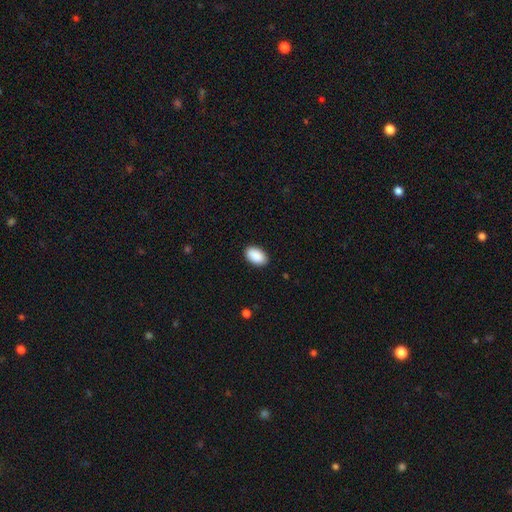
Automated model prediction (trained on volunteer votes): The model was most divided on "merging": none: 90%, minor disturbance: 8%, major disturbance: 2%, merger: 1%. More confident: how rounded — in between (94%); smooth or featured — smooth (91%).